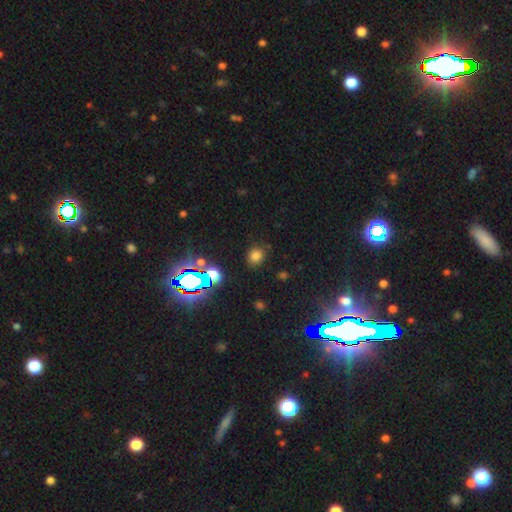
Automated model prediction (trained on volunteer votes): smooth-or-featured: smooth: 70% | star or artifact: 24% | featured or disk: 6%
  how-rounded: round: 79% | in between: 20% | cigar-shaped: 1%
  merging: none: 84% | minor disturbance: 10% | major disturbance: 4% | merger: 2%